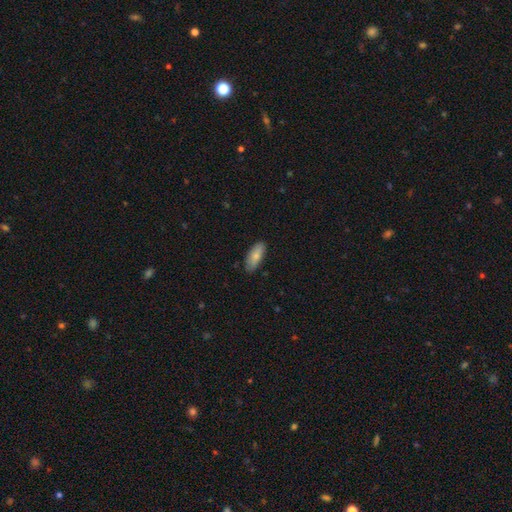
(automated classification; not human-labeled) Smooth or featured: smooth — 80% (featured or disk — 14%)
How rounded: in between — 76% (cigar-shaped — 22%)
Merging: none — 82% (minor disturbance — 15%)